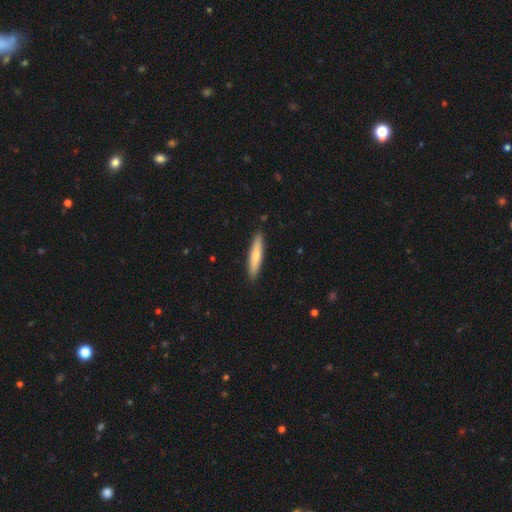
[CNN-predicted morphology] smooth_or_featured: smooth (p=0.68) [alt: featured or disk p=0.27]
how_rounded: cigar-shaped (p=0.90) [alt: in between p=0.09]
merging: none (p=0.90) [alt: minor disturbance p=0.07]